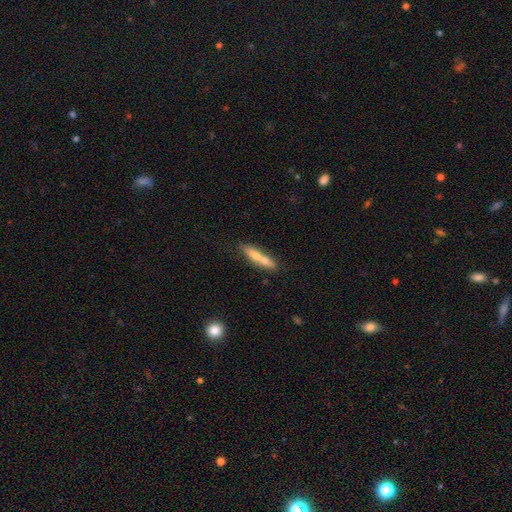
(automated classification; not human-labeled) The model was most divided on "smooth or featured": smooth: 56%, featured or disk: 36%, star or artifact: 7%. More confident: how rounded — cigar-shaped (79%); merging — none (52%).